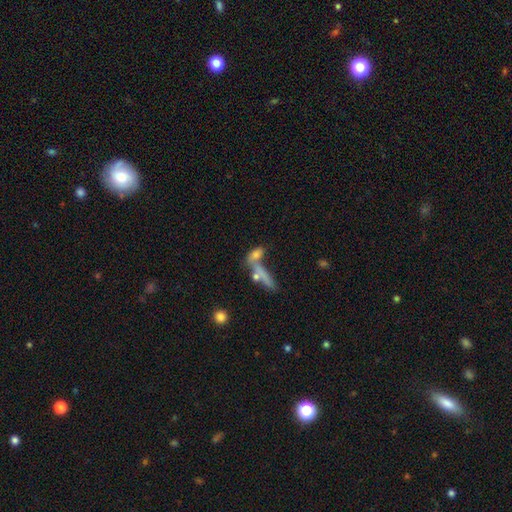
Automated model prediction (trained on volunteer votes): Smooth or featured?
  - smooth: 57% *
  - featured or disk: 29%
  - star or artifact: 14%
How rounded?
  - cigar-shaped: 52% *
  - in between: 40%
  - round: 8%
Merging?
  - merger: 47% *
  - none: 35%
  - minor disturbance: 10%
  - major disturbance: 8%